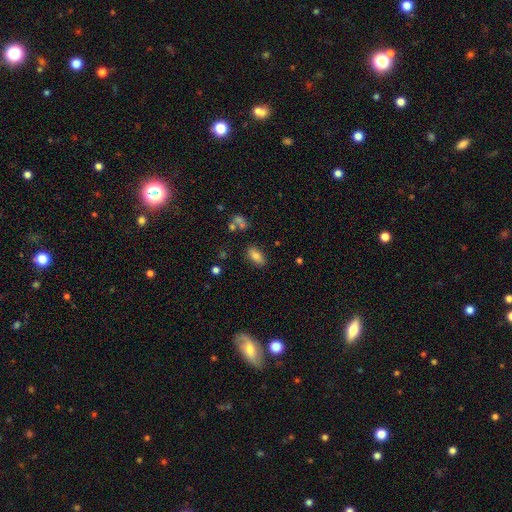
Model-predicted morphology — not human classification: Smooth or featured? Predicted: smooth (p=0.78). How rounded? Predicted: in between (p=0.89). Merging? Predicted: none (p=0.81).